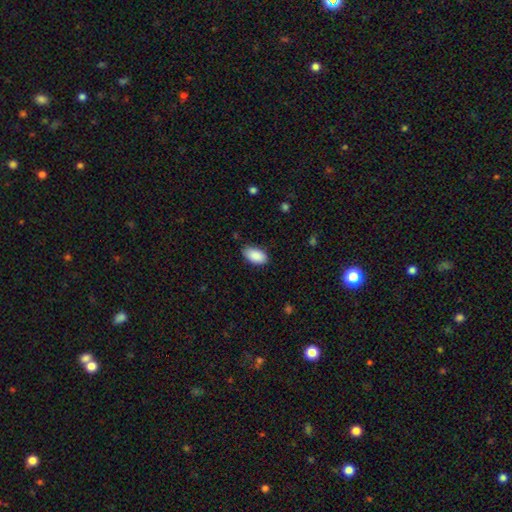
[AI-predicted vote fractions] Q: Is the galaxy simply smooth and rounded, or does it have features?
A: smooth — 90%.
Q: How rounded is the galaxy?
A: in between — 95%.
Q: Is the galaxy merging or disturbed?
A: none — 82%.